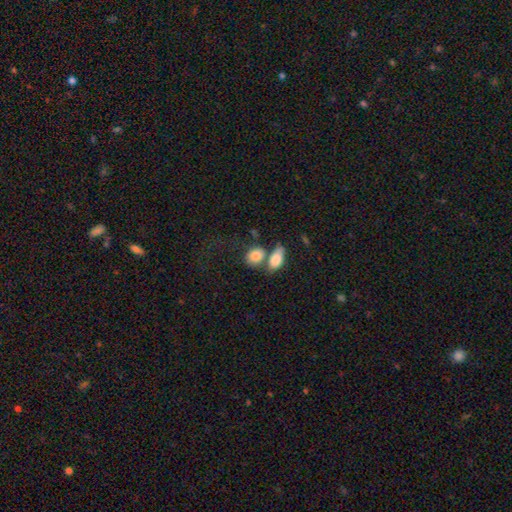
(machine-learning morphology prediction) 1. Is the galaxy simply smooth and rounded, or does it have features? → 83% smooth, 10% featured or disk, 7% star or artifact.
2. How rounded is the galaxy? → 64% in between, 34% round, 2% cigar-shaped.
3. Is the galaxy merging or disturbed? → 44% merger, 37% none, 12% minor disturbance, 6% major disturbance.